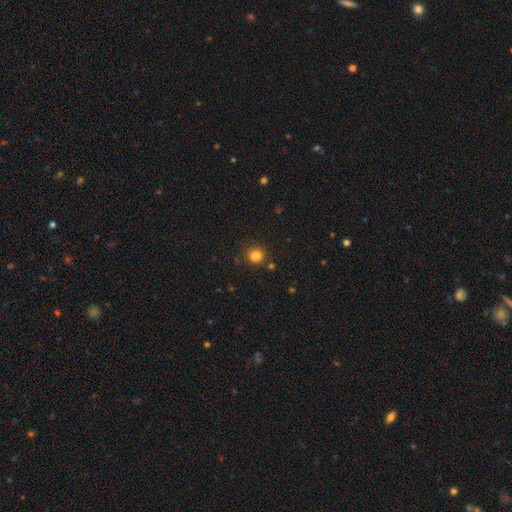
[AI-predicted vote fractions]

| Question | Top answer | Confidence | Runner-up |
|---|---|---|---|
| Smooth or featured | smooth | 82% | star or artifact (13%) |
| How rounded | round | 80% | in between (19%) |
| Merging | none | 78% | minor disturbance (12%) |